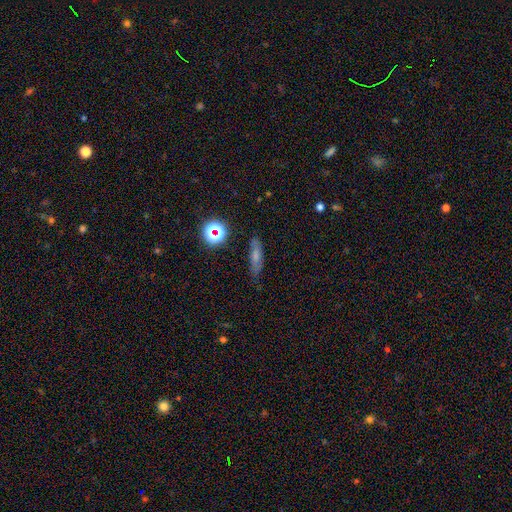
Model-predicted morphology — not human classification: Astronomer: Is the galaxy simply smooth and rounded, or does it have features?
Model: smooth — 45% (runner-up: featured or disk, 33%).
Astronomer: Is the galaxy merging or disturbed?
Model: none — 79%.